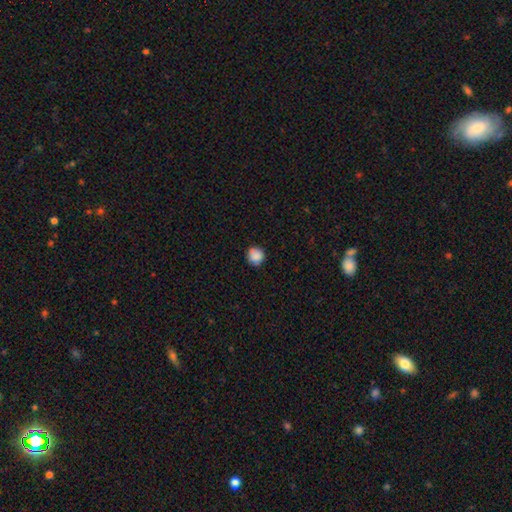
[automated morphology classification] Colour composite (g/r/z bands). It shows a smooth galaxy with no disk features (87%) that is round (92%). Merging: none (84%).